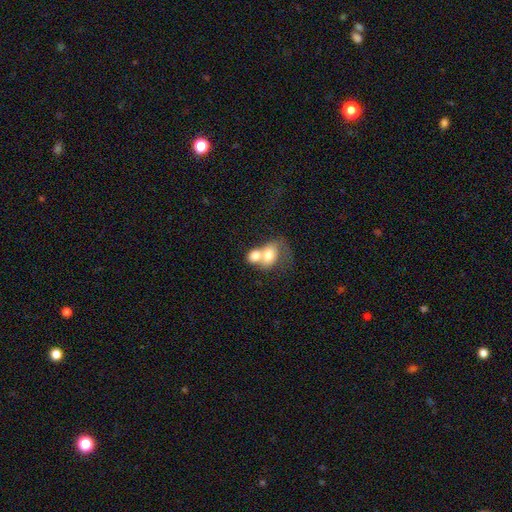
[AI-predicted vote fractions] Smooth or featured: smooth — 66% (featured or disk — 27%)
How rounded: in between — 53% (round — 46%)
Merging: merger — 78% (none — 10%)